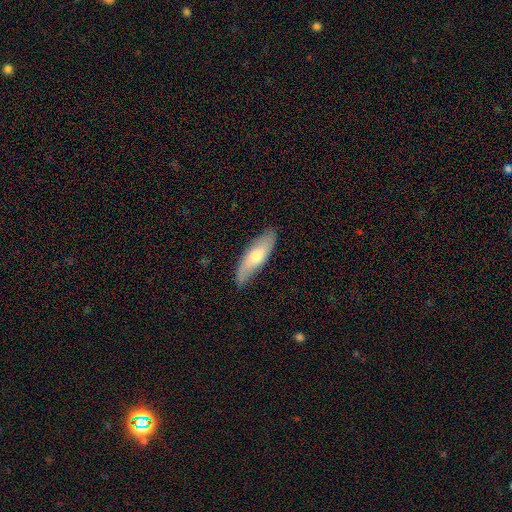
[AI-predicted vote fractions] Overall: smooth (58%; featured or disk 36%). How rounded: in between (50%; cigar-shaped 48%). Merging: none (80%).